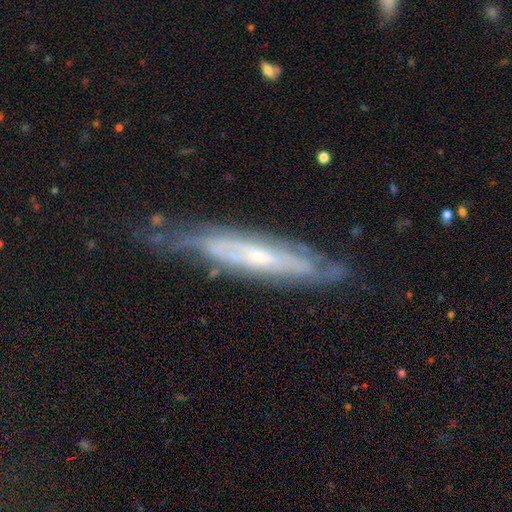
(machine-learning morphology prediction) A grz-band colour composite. It shows a featured or disk galaxy (78%). Merging: none (61%).